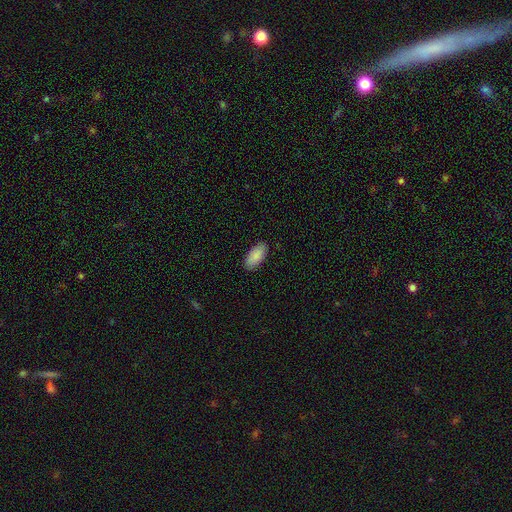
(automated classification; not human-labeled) Smooth or featured?
  - smooth: 89% *
  - star or artifact: 6%
  - featured or disk: 5%
How rounded?
  - in between: 93% *
  - cigar-shaped: 6%
  - round: 2%
Merging?
  - none: 88% *
  - minor disturbance: 9%
  - major disturbance: 2%
  - merger: 1%